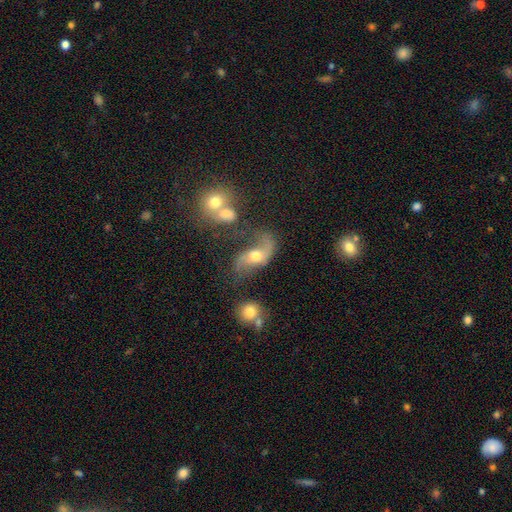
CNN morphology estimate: smooth-or-featured: featured or disk: 77% | smooth: 14% | star or artifact: 9%
  disk-edge-on: no: 95% | yes: 5%
    bar: no: 57% | weak: 33% | strong: 10%
    has-spiral-arms: yes: 91% | no: 9%
      spiral-winding: loose: 78% | medium: 17% | tight: 5%
      spiral-arm-count: 2: 90% | 1: 4% | can't tell: 3% | 3: 1% | 4: 1% | more than 4: 1%
    bulge-size: moderate: 69% | small: 18% | large: 9% | none: 2% | dominant: 2%
  merging: none: 49% | minor disturbance: 19% | major disturbance: 17% | merger: 15%